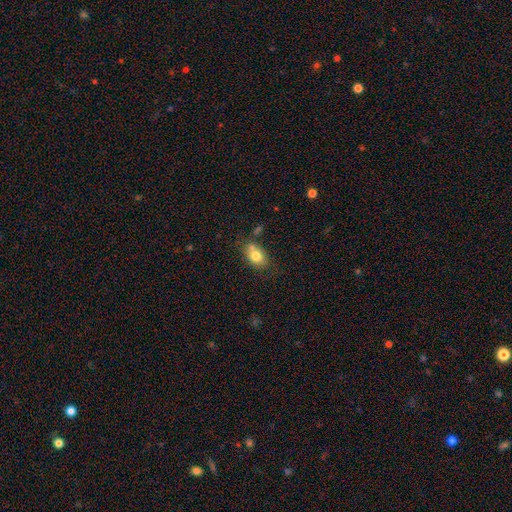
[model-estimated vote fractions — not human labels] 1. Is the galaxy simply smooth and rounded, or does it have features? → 78% smooth, 13% featured or disk, 9% star or artifact.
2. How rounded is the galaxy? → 77% in between, 21% round, 2% cigar-shaped.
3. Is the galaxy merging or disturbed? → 57% none, 20% minor disturbance, 18% merger, 5% major disturbance.